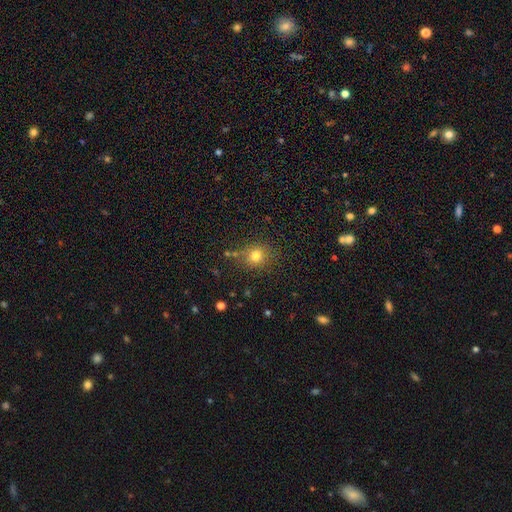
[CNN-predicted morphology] A smooth galaxy with no disk features (78%) that is round (80%). Merging: none (79%).